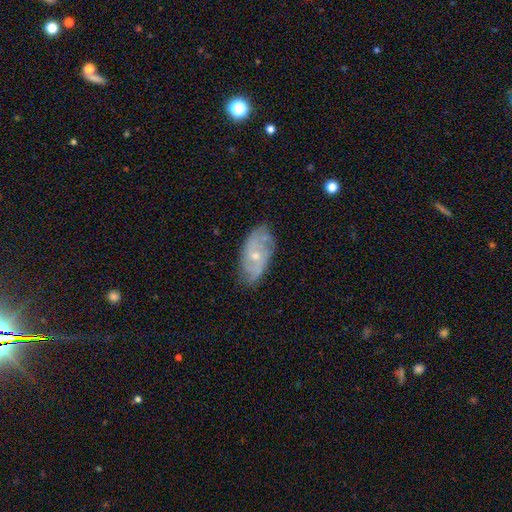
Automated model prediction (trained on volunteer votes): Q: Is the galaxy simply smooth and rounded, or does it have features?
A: featured or disk — 71%.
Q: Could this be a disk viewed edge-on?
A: no — 93%.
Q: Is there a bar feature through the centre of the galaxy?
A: no — 72%.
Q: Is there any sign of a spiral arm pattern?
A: yes — 85%.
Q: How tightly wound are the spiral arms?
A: tight — 42%.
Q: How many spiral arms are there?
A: can't tell — 38%.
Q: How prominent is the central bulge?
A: small — 59%.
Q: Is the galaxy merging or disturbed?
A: none — 70%.